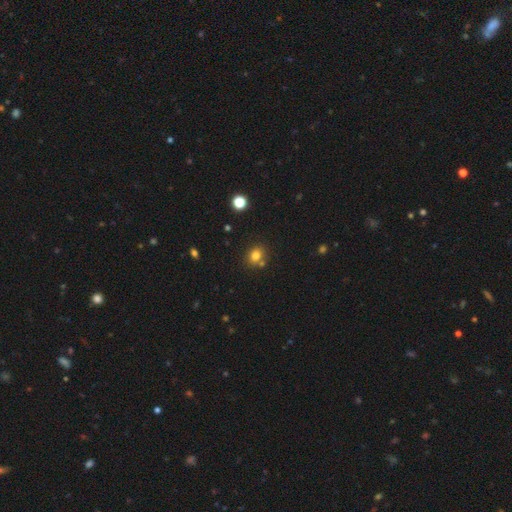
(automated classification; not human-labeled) smooth_or_featured: smooth (p=0.78) [alt: star or artifact p=0.14]
how_rounded: round (p=0.64) [alt: in between p=0.35]
merging: none (p=0.72) [alt: merger p=0.14]